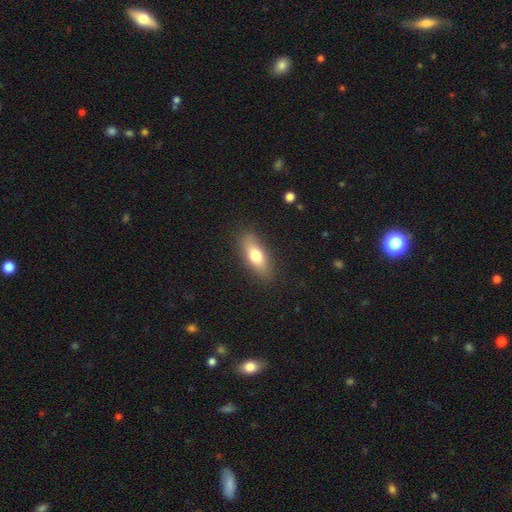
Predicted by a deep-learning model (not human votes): Smooth or featured? Predicted: smooth (p=0.71). How rounded? Predicted: in between (p=0.69). Merging? Predicted: none (p=0.85).